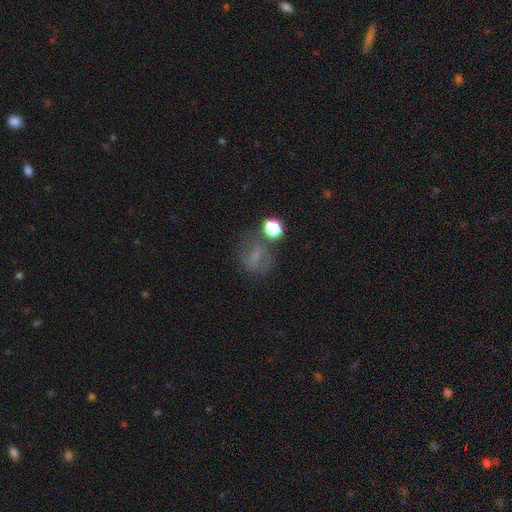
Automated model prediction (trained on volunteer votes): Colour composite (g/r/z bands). It shows a smooth galaxy with no disk features (50%) that is round (59%). Merging: none (59%).